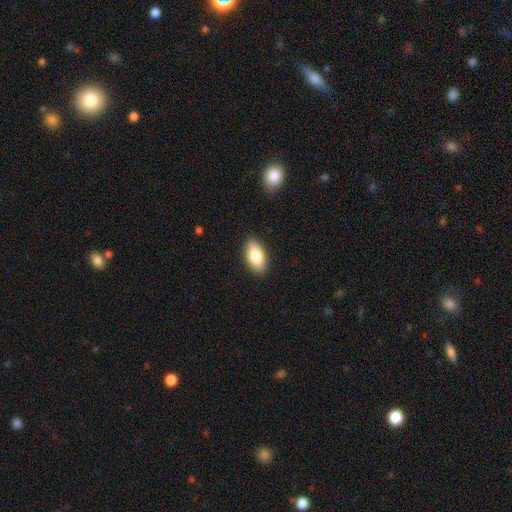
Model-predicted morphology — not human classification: smooth 83%, featured or disk 11%, star or artifact 6%. Down the decision tree: how rounded — in between (92%); merging — none (89%).